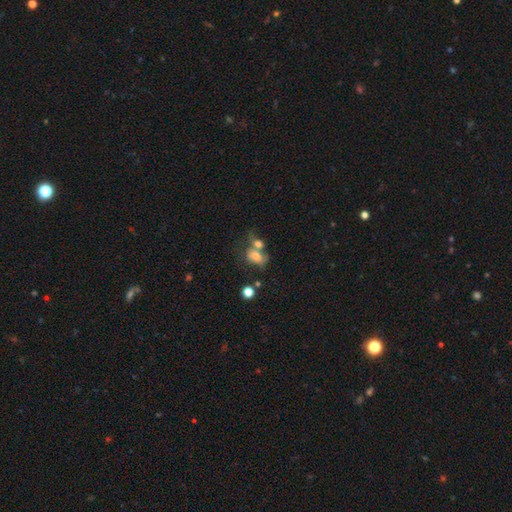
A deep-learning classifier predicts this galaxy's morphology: Smooth or featured? Predicted: smooth (p=0.66). How rounded? Predicted: in between (p=0.69). Merging? Predicted: merger (p=0.50).